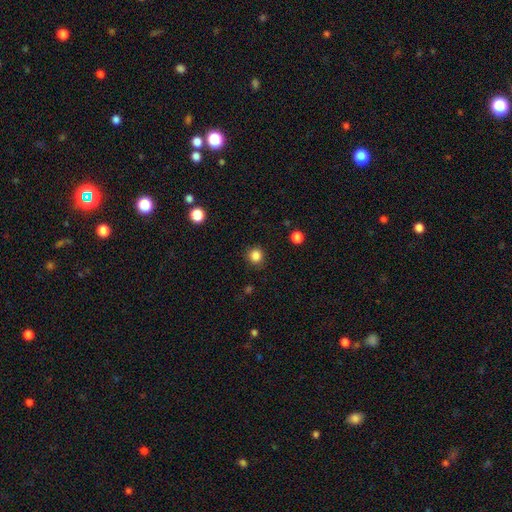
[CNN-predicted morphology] This is clearly a smooth galaxy (85%). How rounded: clearly round (89%). Merging: clearly none (88%).